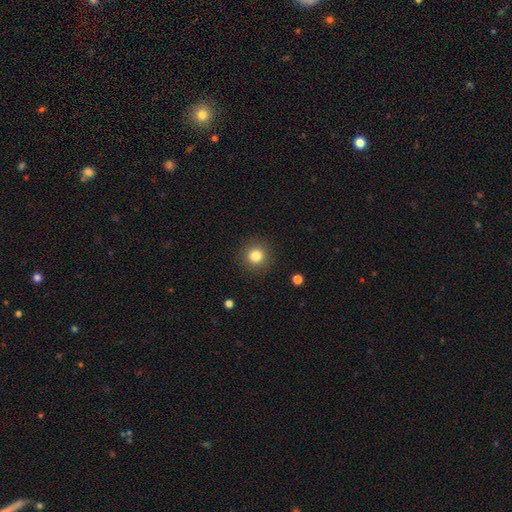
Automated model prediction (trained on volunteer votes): Smooth or featured? Predicted: smooth (p=0.82). How rounded? Predicted: round (p=0.94). Merging? Predicted: none (p=0.90).